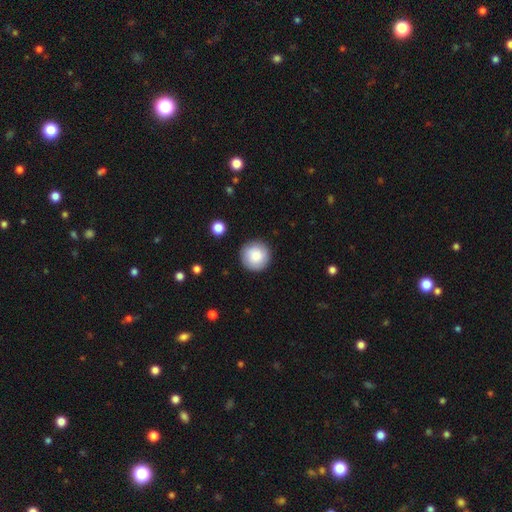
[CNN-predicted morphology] Q: Smooth or featured?
A: smooth (84%); runner-up: featured or disk (8%)
Q: How rounded?
A: round (96%); runner-up: in between (3%)
Q: Merging?
A: none (91%); runner-up: minor disturbance (6%)